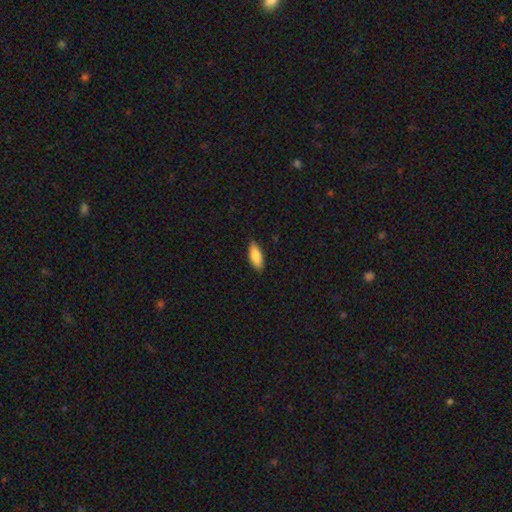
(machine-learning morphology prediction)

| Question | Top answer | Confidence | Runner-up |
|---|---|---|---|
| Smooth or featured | smooth | 85% | featured or disk (9%) |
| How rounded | in between | 80% | cigar-shaped (18%) |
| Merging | none | 85% | minor disturbance (12%) |